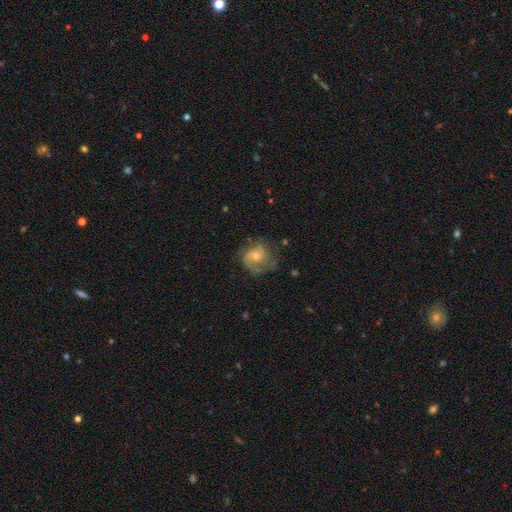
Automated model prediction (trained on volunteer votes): A featured or disk galaxy (65%) with no bar (71%), 2 (57%) medium (46%) spiral arms (86%) and a small central bulge (55%).

Vote fractions:
- Smooth or featured? featured or disk: 65% / smooth: 27% / star or artifact: 8%
- Edge-on disk? no: 98% / yes: 2%
- Bar? no: 71% / weak: 25% / strong: 4%
- Spiral arms? yes: 86% / no: 14%
- Spiral winding? medium: 46% / tight: 31% / loose: 24%
- Spiral arm count? 2: 57% / can't tell: 19% / 1: 10% / 3: 10% / 4: 2% / more than 4: 2%
- Bulge size? small: 55% / moderate: 39% / none: 3% / large: 2% / dominant: 1%
- Merging? none: 55% / minor disturbance: 25% / major disturbance: 18% / merger: 2%